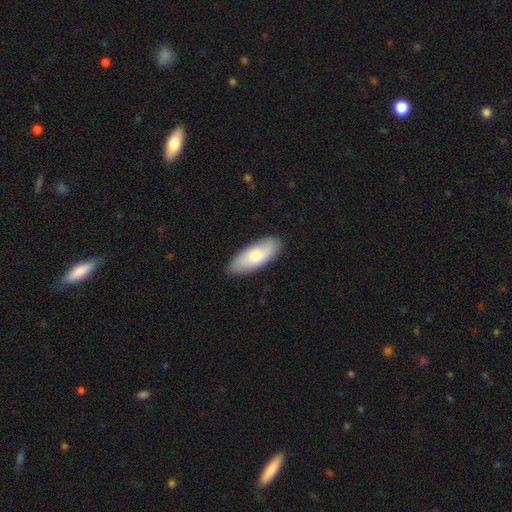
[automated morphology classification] type=smooth (75%); roundness=in between (76%); merging=none (85%).